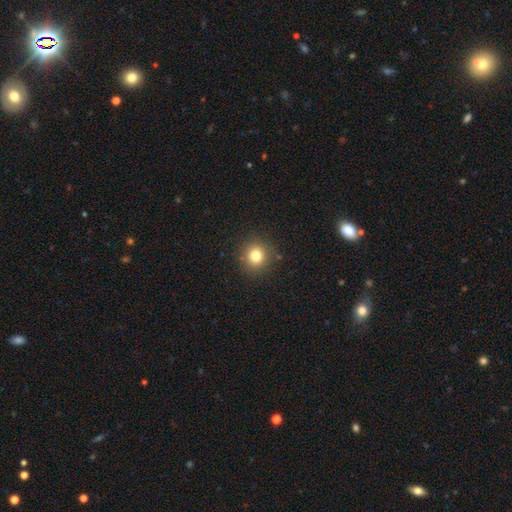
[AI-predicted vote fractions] This is clearly a smooth galaxy (80%). How rounded: clearly round (90%). Merging: clearly none (88%).